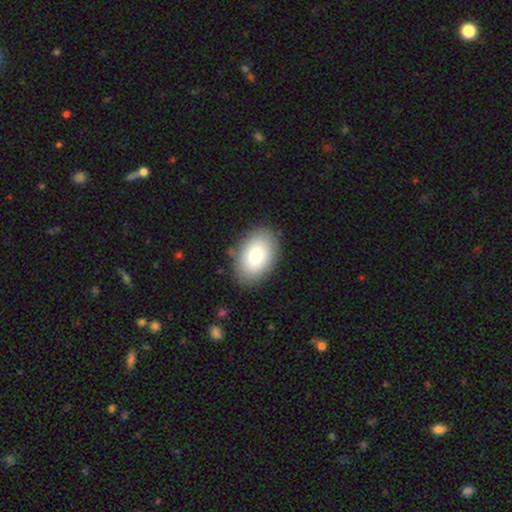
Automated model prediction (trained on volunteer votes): smooth_or_featured: smooth (p=0.82) [alt: featured or disk p=0.12]
how_rounded: in between (p=0.90) [alt: round p=0.09]
merging: none (p=0.86) [alt: minor disturbance p=0.10]